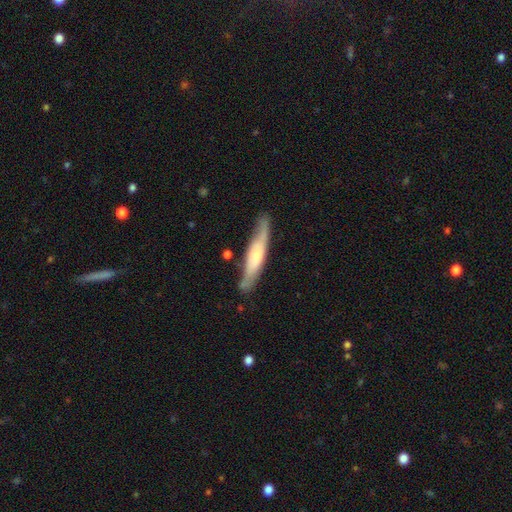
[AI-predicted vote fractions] The model was most divided on "smooth or featured": featured or disk: 53%, smooth: 41%, star or artifact: 5%. More confident: edge-on disk — yes (78%); merging — none (77%).